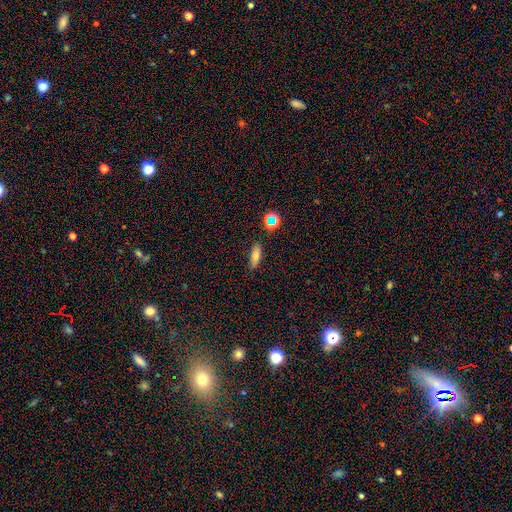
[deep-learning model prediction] The model was most divided on "how rounded": in between: 60%, cigar-shaped: 36%, round: 4%. More confident: merging — none (82%); smooth or featured — smooth (73%).